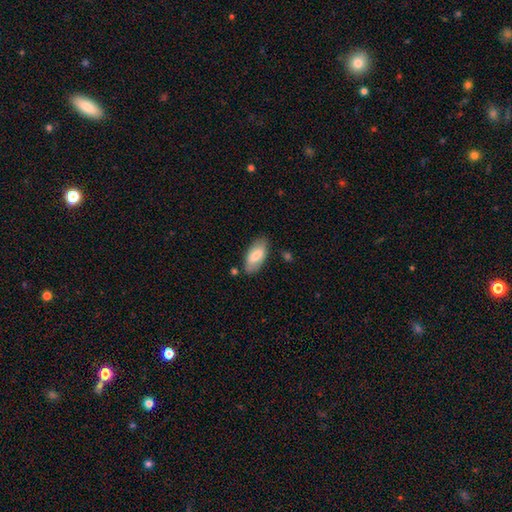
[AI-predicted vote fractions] This is likely a smooth galaxy (72%). How rounded: clearly in between (90%). Merging: likely none (76%).